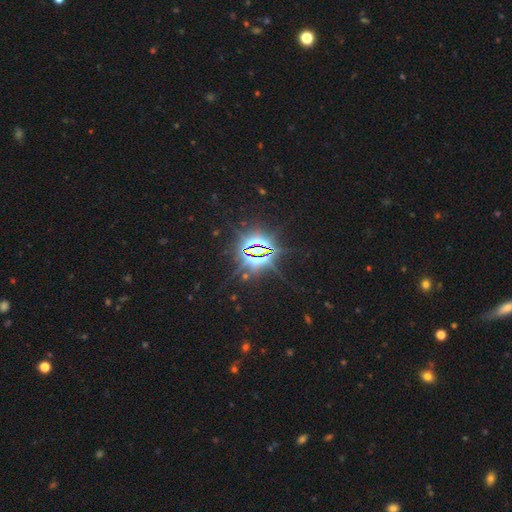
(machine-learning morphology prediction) Smooth or featured?
  - star or artifact: 86% *
  - featured or disk: 8%
  - smooth: 7%